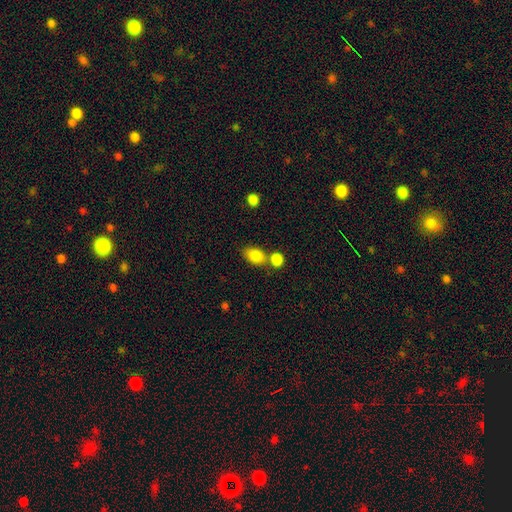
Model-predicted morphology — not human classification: A smooth galaxy with no disk features (85%) that is in between round and cigar-shaped (80%).

Vote fractions:
- Smooth or featured? smooth: 85% / star or artifact: 8% / featured or disk: 6%
- How rounded? in between: 80% / round: 18% / cigar-shaped: 2%
- Merging? none: 49% / merger: 35% / minor disturbance: 12% / major disturbance: 4%